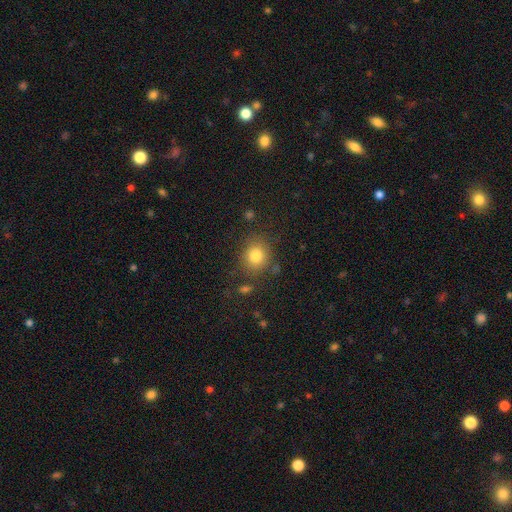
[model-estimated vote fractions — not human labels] Smooth or featured: smooth — 82% (star or artifact — 11%)
How rounded: round — 76% (in between — 23%)
Merging: none — 79% (minor disturbance — 12%)